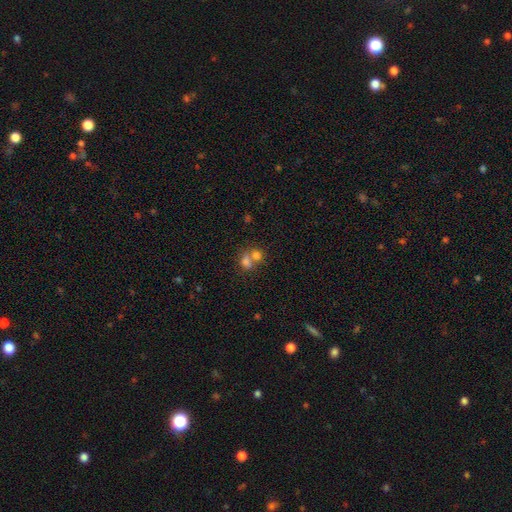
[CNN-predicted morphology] This is likely a smooth galaxy (74%). How rounded: possibly round (56%). Merging: likely merger (62%).